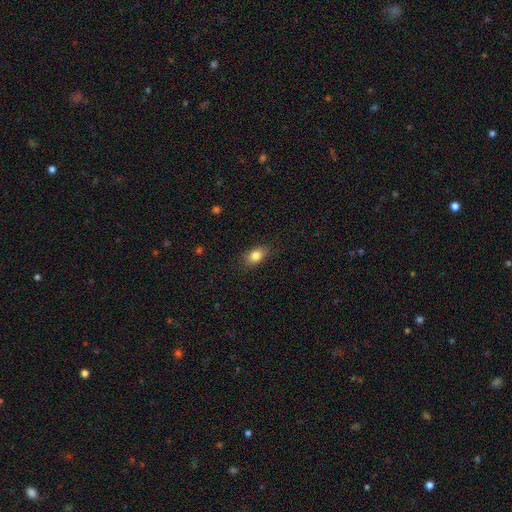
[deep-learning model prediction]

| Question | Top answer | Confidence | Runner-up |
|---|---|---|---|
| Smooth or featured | smooth | 83% | star or artifact (9%) |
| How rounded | in between | 77% | round (20%) |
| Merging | none | 80% | minor disturbance (15%) |